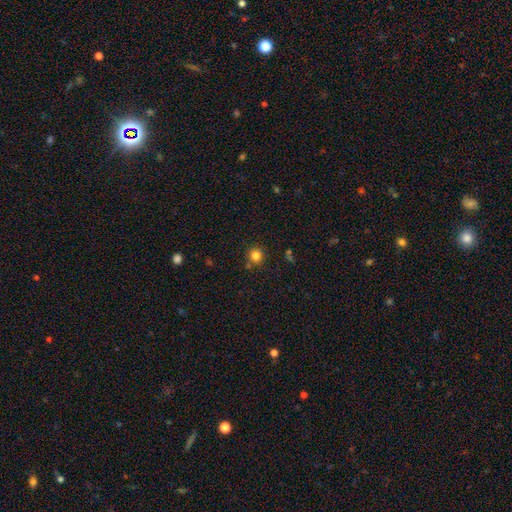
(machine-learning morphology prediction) This is clearly a smooth galaxy (82%). How rounded: clearly round (92%). Merging: clearly none (82%).